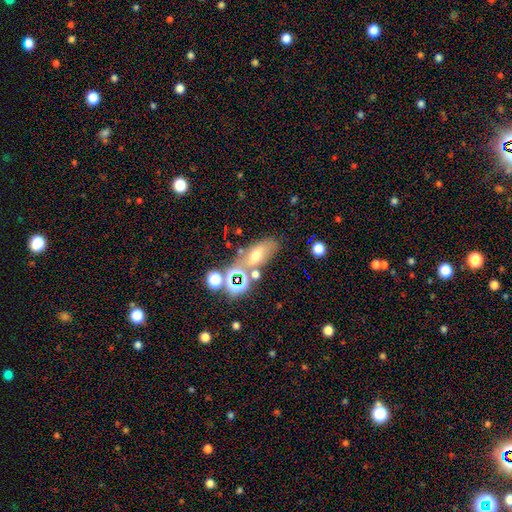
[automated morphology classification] smooth-or-featured: smooth: 51% | featured or disk: 25% | star or artifact: 24%
  how-rounded: in between: 74% | round: 15% | cigar-shaped: 11%
  merging: none: 54% | merger: 21% | minor disturbance: 16% | major disturbance: 10%